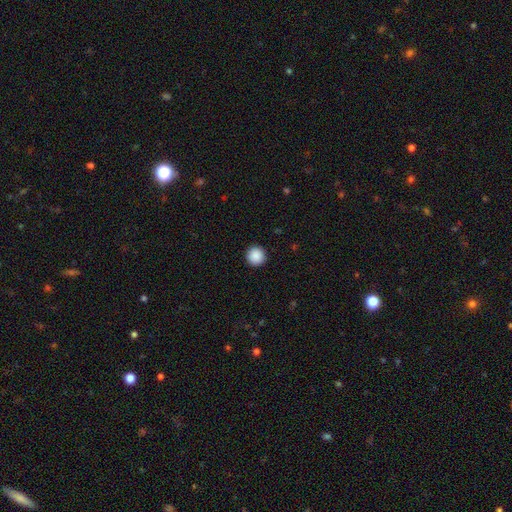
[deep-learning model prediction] This is clearly a smooth galaxy (89%). How rounded: clearly round (96%). Merging: clearly none (93%).